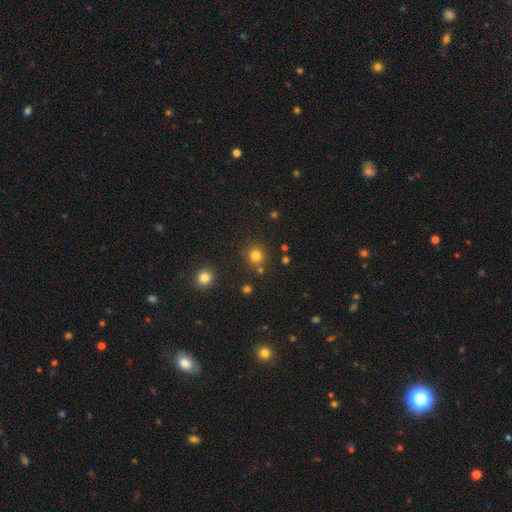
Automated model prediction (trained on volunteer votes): smooth-or-featured: smooth: 80% | star or artifact: 15% | featured or disk: 5%
  how-rounded: round: 90% | in between: 9% | cigar-shaped: 1%
  merging: none: 81% | minor disturbance: 8% | merger: 7% | major disturbance: 3%